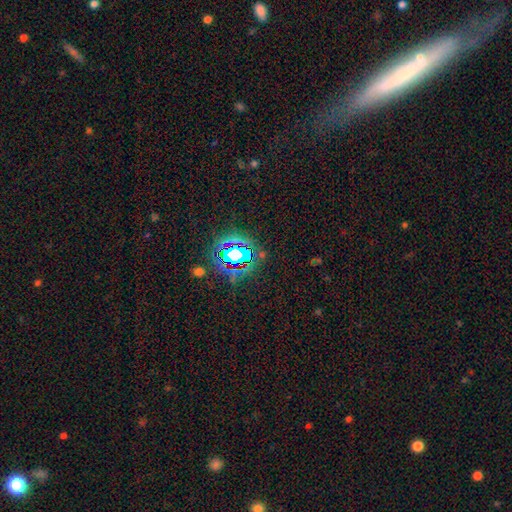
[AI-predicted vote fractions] smooth-or-featured: star or artifact: 70% | smooth: 17% | featured or disk: 12%